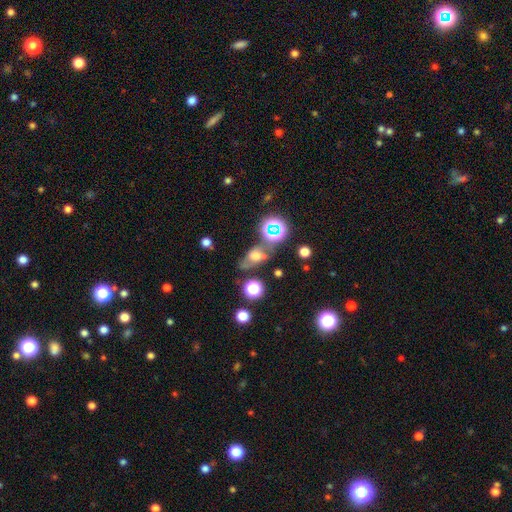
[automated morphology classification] A smooth galaxy with no disk features (46%). Merging: none (51%).